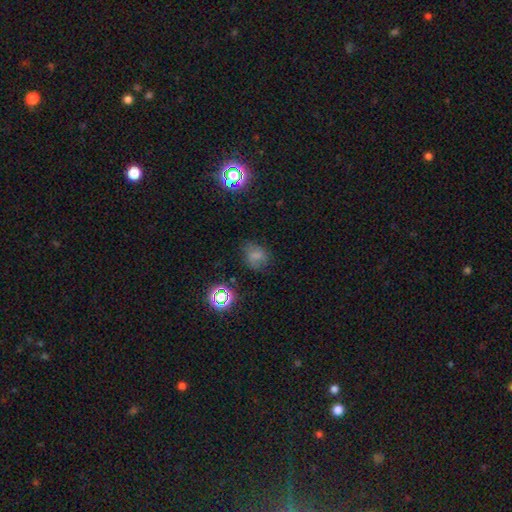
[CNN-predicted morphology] Smooth or featured: smooth — 66% (star or artifact — 22%)
How rounded: in between — 53% (round — 46%)
Merging: none — 67% (minor disturbance — 22%)